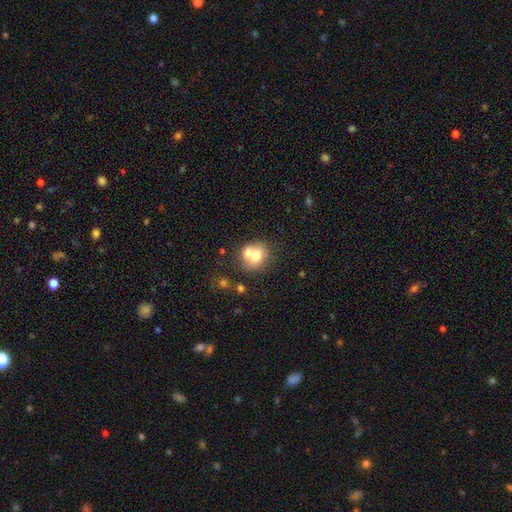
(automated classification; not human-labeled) This is likely a smooth galaxy (68%). How rounded: likely round (70%). Merging: possibly merger (48%).